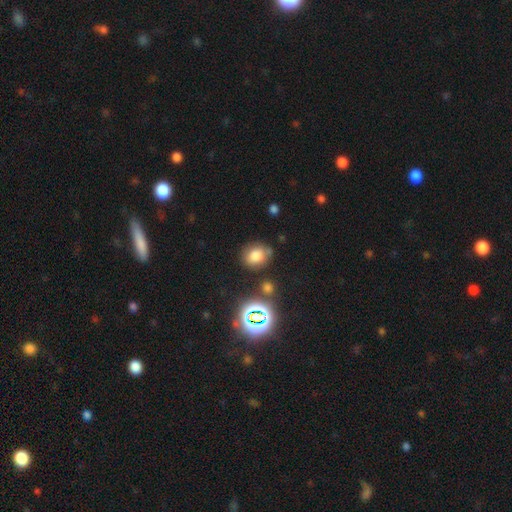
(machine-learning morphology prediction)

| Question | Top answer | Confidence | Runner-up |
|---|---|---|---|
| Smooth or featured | smooth | 72% | star or artifact (18%) |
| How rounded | round | 55% | in between (44%) |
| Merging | none | 71% | minor disturbance (18%) |